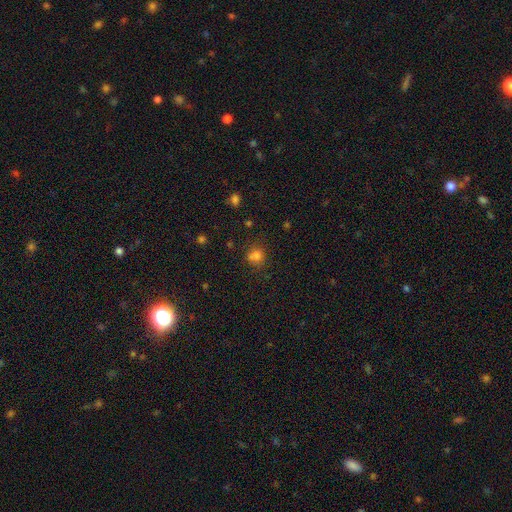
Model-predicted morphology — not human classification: Smooth or featured: smooth — 77% (star or artifact — 17%)
How rounded: round — 73% (in between — 26%)
Merging: none — 62% (minor disturbance — 17%)